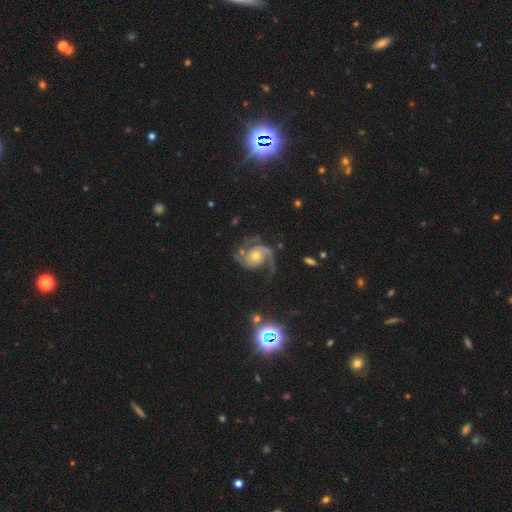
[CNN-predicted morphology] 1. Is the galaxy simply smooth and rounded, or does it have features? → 87% featured or disk, 7% star or artifact, 5% smooth.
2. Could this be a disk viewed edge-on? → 98% no, 2% yes.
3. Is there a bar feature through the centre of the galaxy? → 72% no, 22% weak, 6% strong.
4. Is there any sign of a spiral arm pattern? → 97% yes, 3% no.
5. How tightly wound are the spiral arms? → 52% medium, 25% tight, 23% loose.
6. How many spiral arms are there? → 75% 2, 8% 3, 7% 1, 6% can't tell, 2% 4, 2% more than 4.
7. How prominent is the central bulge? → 58% moderate, 32% small, 6% large, 2% none, 1% dominant.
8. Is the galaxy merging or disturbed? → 64% none, 18% minor disturbance, 16% major disturbance, 3% merger.